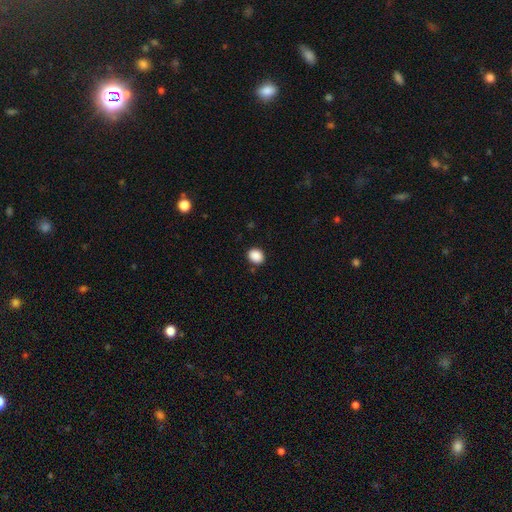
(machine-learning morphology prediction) Smooth or featured?
  - smooth: 89% *
  - star or artifact: 9%
  - featured or disk: 2%
How rounded?
  - round: 58% *
  - in between: 41%
  - cigar-shaped: 1%
Merging?
  - none: 88% *
  - minor disturbance: 8%
  - major disturbance: 2%
  - merger: 1%